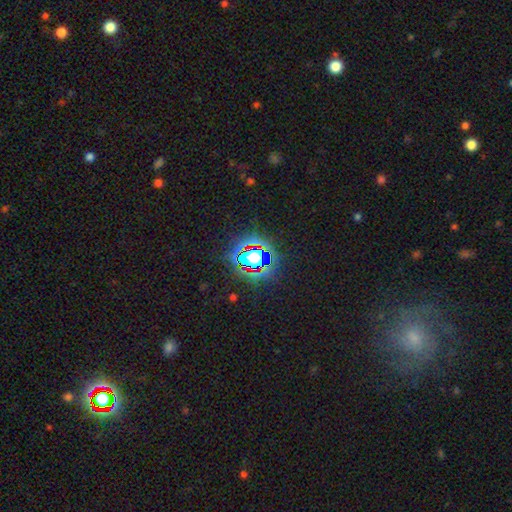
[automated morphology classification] Smooth or featured? Predicted: star or artifact (p=0.72).